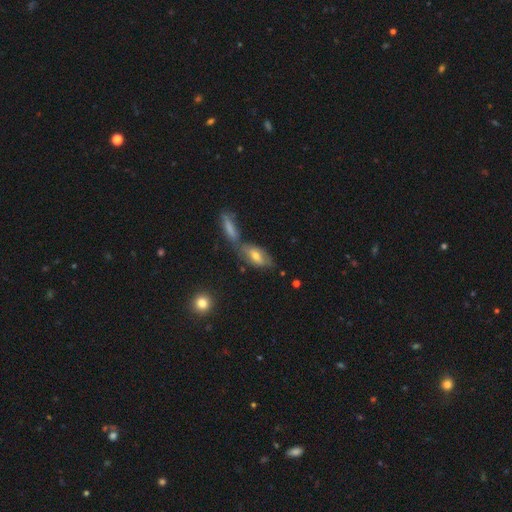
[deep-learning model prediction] The model was most divided on "merging": none: 44%, merger: 36%, minor disturbance: 14%, major disturbance: 6%. More confident: how rounded — in between (76%); smooth or featured — smooth (52%).